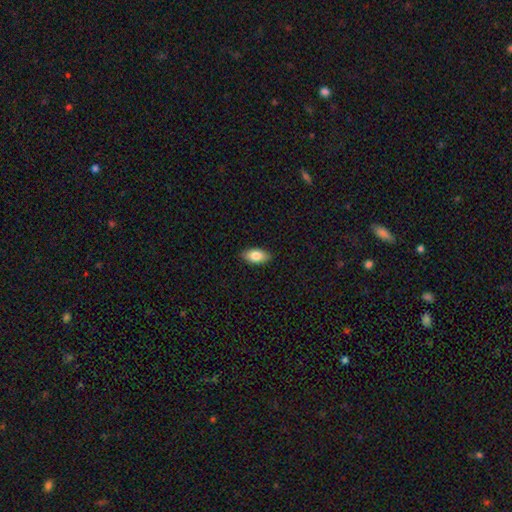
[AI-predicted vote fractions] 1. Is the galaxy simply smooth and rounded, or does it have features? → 82% smooth, 11% featured or disk, 7% star or artifact.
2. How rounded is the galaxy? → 92% in between, 5% cigar-shaped, 3% round.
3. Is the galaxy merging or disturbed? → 89% none, 8% minor disturbance, 2% major disturbance, 1% merger.